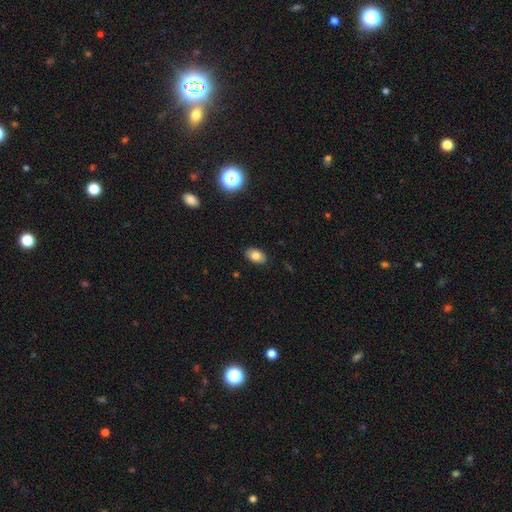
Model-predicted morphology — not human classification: The model was most divided on "smooth or featured": smooth: 80%, featured or disk: 10%, star or artifact: 9%. More confident: how rounded — in between (90%); merging — none (87%).